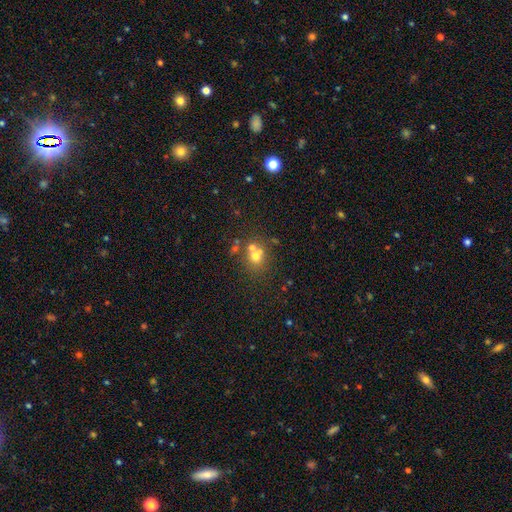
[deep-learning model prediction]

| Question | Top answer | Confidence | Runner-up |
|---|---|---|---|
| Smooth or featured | smooth | 61% | featured or disk (20%) |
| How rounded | round | 78% | in between (21%) |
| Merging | none | 48% | merger (38%) |